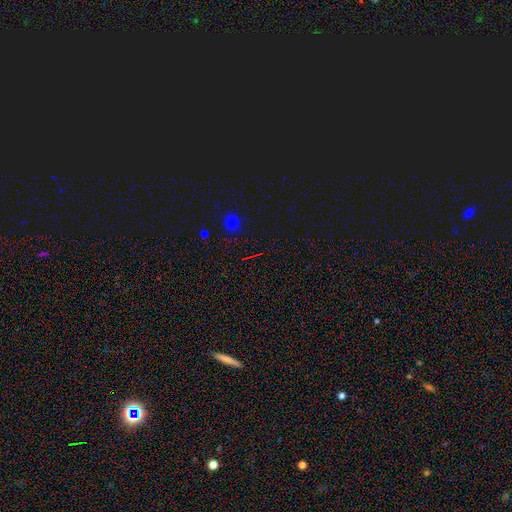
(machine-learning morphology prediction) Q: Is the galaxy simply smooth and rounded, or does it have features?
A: star or artifact — 67%.